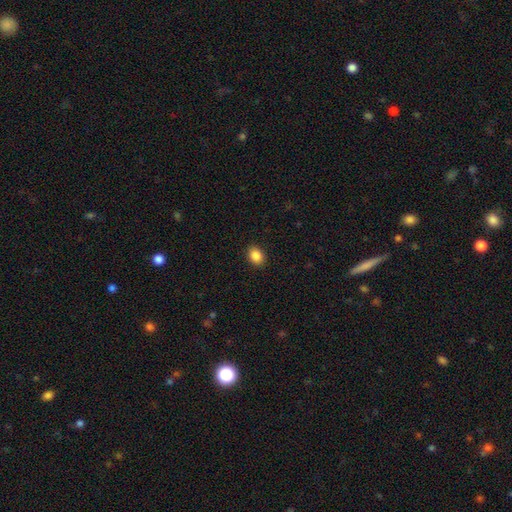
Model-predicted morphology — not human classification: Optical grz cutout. It shows a smooth galaxy with no disk features (87%) that is in between round and cigar-shaped (65%). Merging: none (90%).